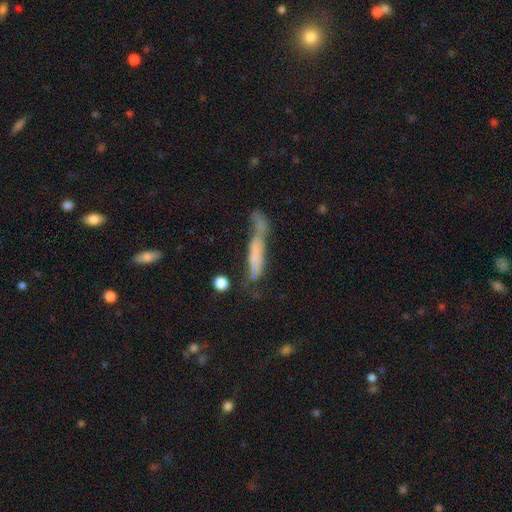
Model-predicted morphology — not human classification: Smooth or featured? smooth (57%)
How rounded? cigar-shaped (89%)
Merging? none (33%)